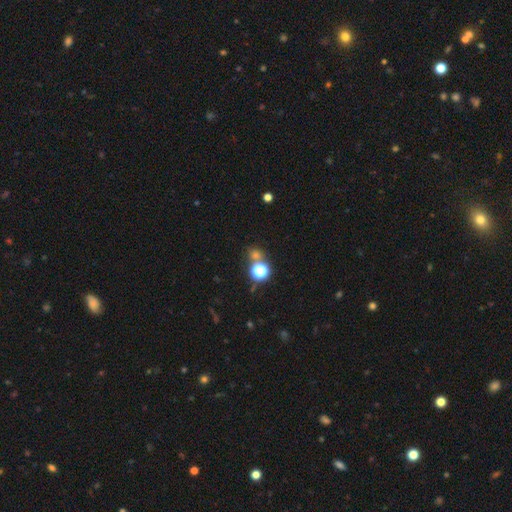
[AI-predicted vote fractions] smooth-or-featured: smooth: 51% | star or artifact: 41% | featured or disk: 7%
  how-rounded: round: 81% | in between: 17% | cigar-shaped: 1%
  merging: none: 67% | merger: 19% | minor disturbance: 9% | major disturbance: 5%